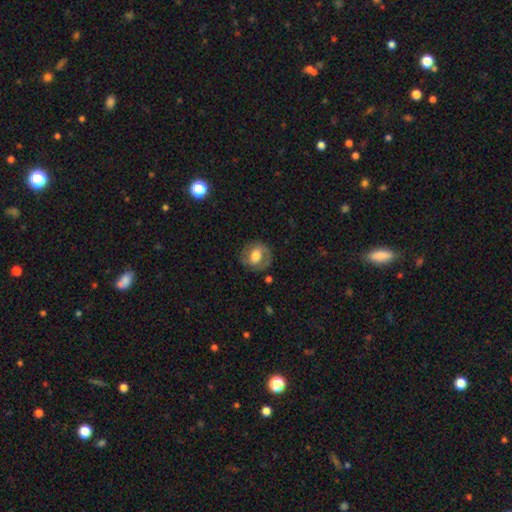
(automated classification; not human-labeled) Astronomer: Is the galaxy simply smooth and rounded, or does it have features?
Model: featured or disk — 49% (runner-up: smooth, 44%).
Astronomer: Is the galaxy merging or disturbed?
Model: none — 73%.